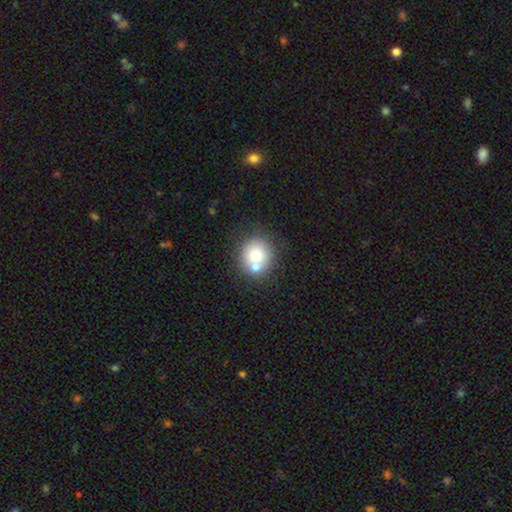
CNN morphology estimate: The model was most divided on "merging": none: 54%, merger: 34%, minor disturbance: 9%, major disturbance: 3%. More confident: how rounded — round (89%); smooth or featured — smooth (71%).